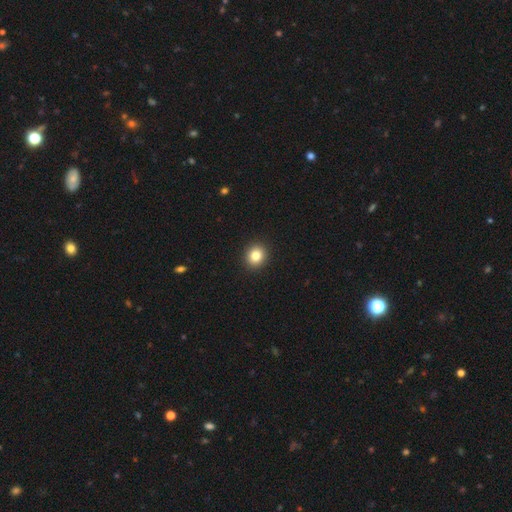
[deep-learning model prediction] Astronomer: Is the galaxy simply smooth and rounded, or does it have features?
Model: smooth — 83%.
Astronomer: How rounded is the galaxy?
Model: round — 76%.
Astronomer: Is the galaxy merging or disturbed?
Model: none — 92%.